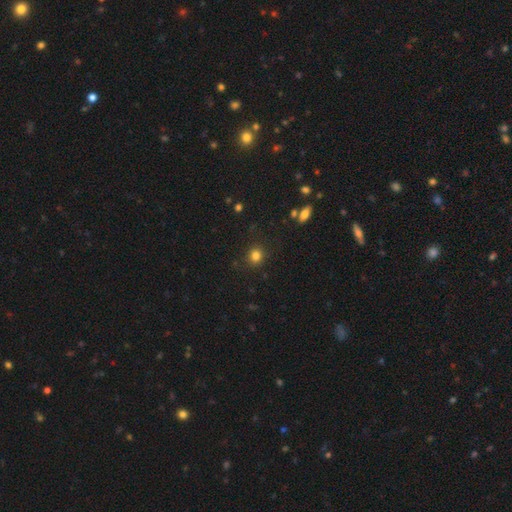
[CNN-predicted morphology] smooth 82%, star or artifact 13%, featured or disk 5%. Down the decision tree: how rounded — round (84%); merging — none (88%).